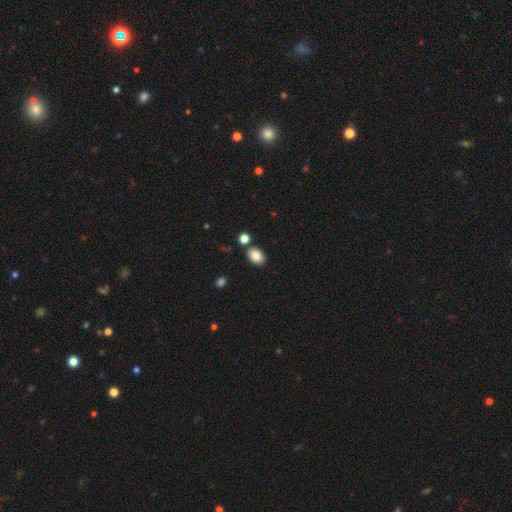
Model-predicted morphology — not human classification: A smooth galaxy with no disk features (84%) that is in between round and cigar-shaped (71%).

Vote fractions:
- Smooth or featured? smooth: 84% / star or artifact: 9% / featured or disk: 7%
- How rounded? in between: 71% / round: 28% / cigar-shaped: 1%
- Merging? none: 81% / minor disturbance: 9% / merger: 8% / major disturbance: 3%